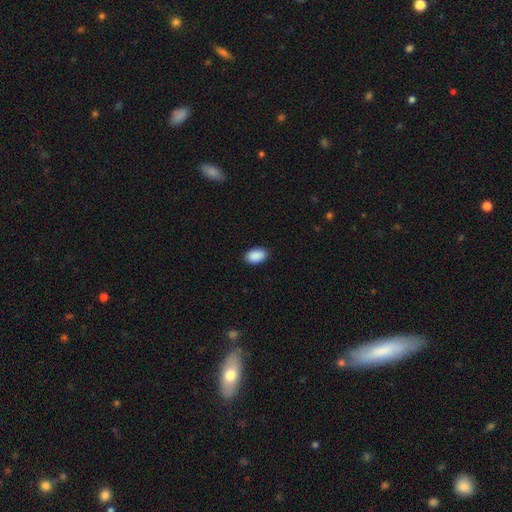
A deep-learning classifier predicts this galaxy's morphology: Smooth or featured?
  - smooth: 91% *
  - star or artifact: 6%
  - featured or disk: 2%
How rounded?
  - in between: 93% *
  - round: 6%
  - cigar-shaped: 1%
Merging?
  - none: 89% *
  - minor disturbance: 8%
  - major disturbance: 2%
  - merger: 1%